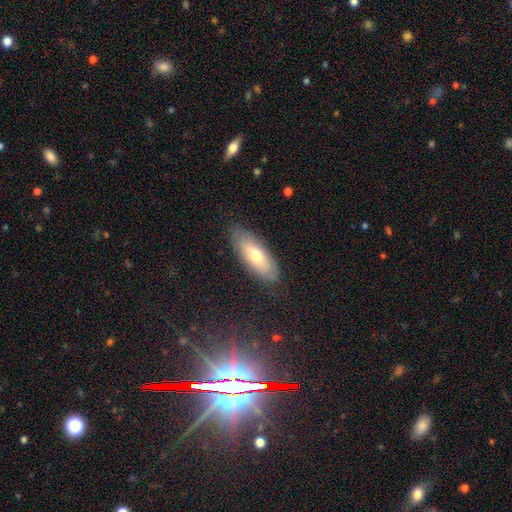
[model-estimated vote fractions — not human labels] Smooth or featured?
  - smooth: 64% *
  - featured or disk: 30%
  - star or artifact: 6%
How rounded?
  - in between: 74% *
  - cigar-shaped: 24%
  - round: 2%
Merging?
  - none: 84% *
  - minor disturbance: 12%
  - major disturbance: 3%
  - merger: 1%